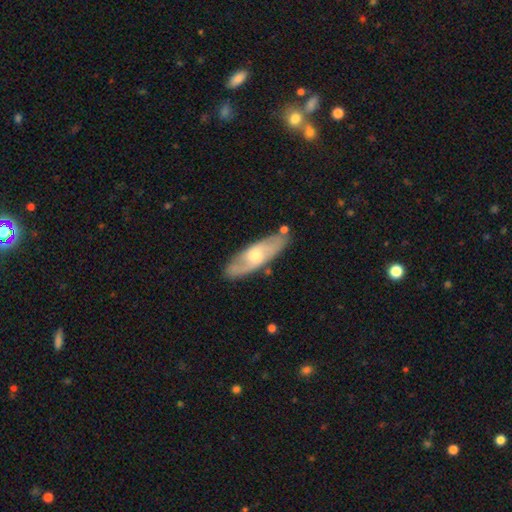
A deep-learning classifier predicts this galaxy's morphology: featured or disk 61%, smooth 33%, star or artifact 6%. Down the decision tree: edge-on disk — no (74%); merging — none (80%).